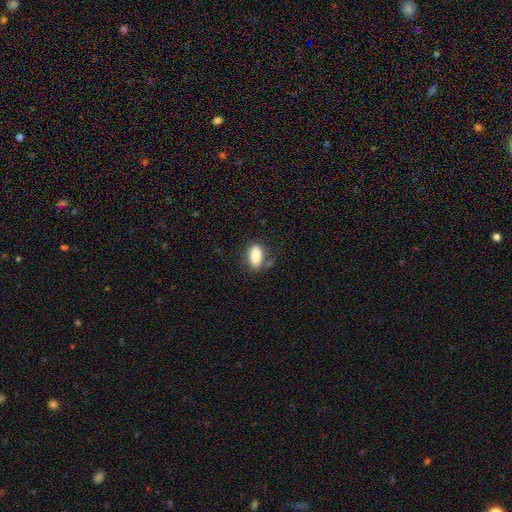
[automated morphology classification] type=smooth (84%); roundness=in between (85%); merging=none (70%).